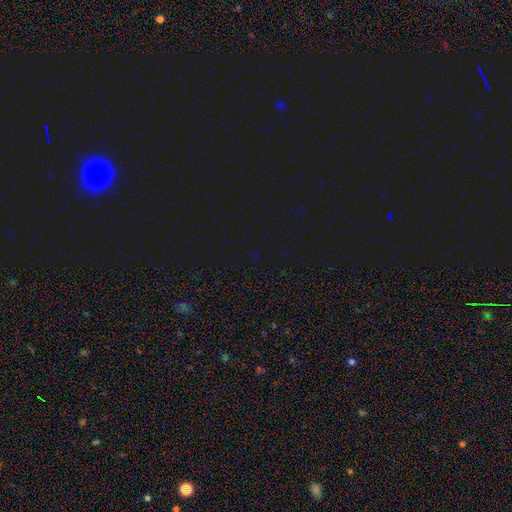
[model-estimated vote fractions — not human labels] This appears to be a star or artifact, not a galaxy (75%).